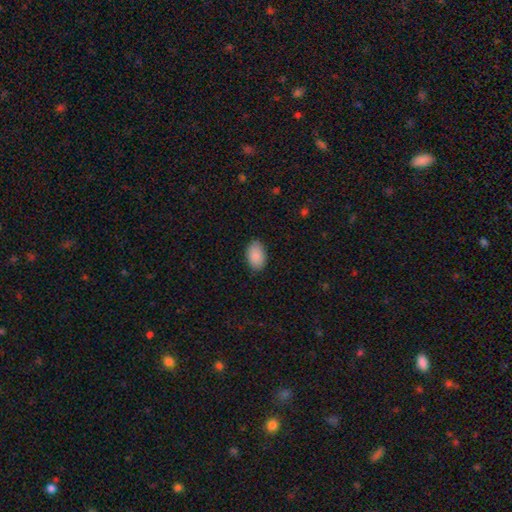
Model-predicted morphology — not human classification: Smooth or featured? smooth (90%)
How rounded? in between (93%)
Merging? none (87%)